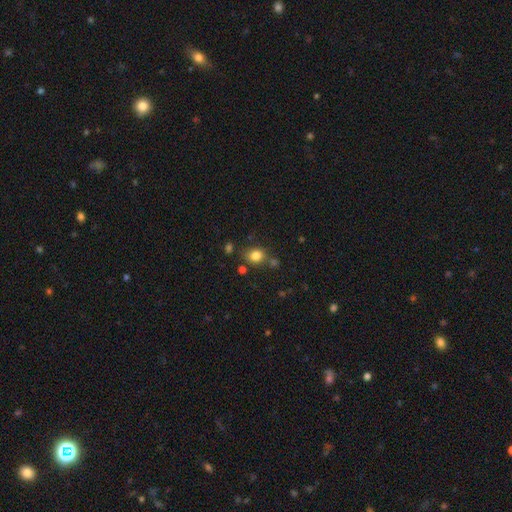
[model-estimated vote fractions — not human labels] This appears to be a smooth galaxy with no disk features (81%) that is round (58%). Merging: none (74%).